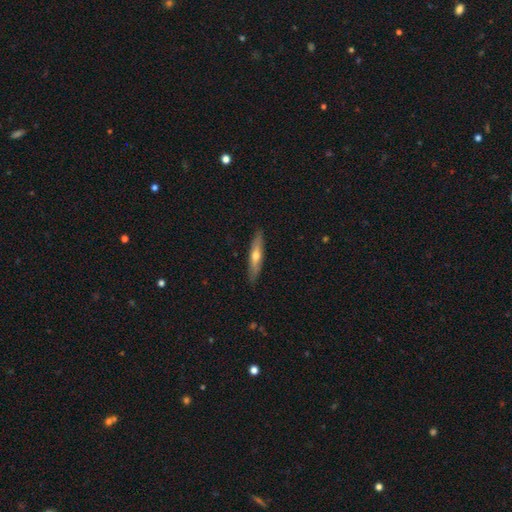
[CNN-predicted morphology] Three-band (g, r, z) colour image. It shows a smooth galaxy with no disk features (48%). Merging: none (88%).